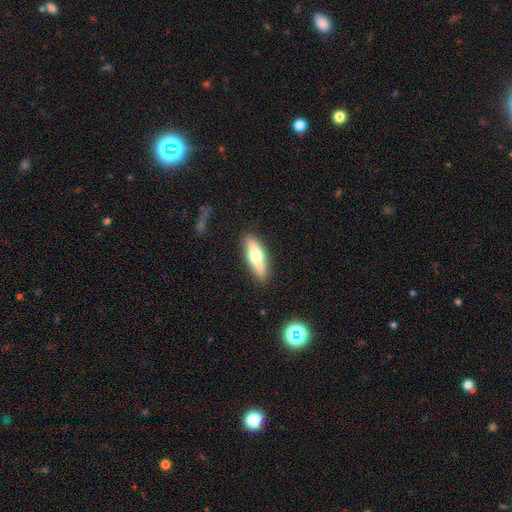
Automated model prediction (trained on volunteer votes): The model was most divided on "smooth or featured": smooth: 49%, featured or disk: 45%, star or artifact: 6%. More confident: merging — none (87%).